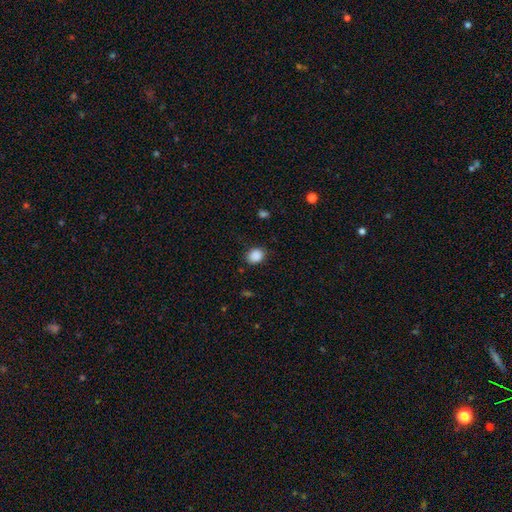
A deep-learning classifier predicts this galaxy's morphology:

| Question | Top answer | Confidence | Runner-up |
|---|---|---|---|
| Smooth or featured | smooth | 89% | star or artifact (9%) |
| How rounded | in between | 52% | round (47%) |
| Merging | none | 82% | minor disturbance (13%) |